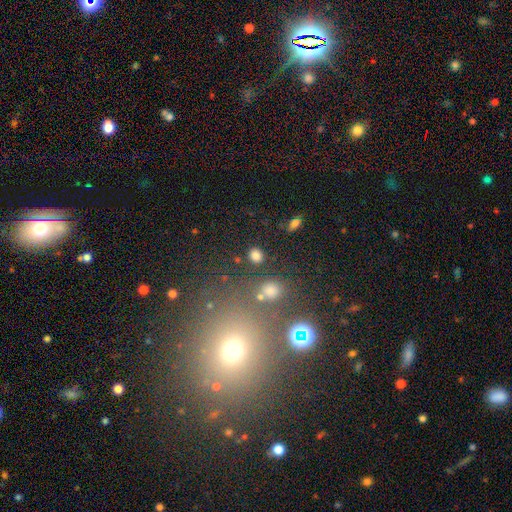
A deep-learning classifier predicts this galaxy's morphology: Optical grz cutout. It shows a smooth galaxy with no disk features (81%) that is round (74%). Merging: none (85%).